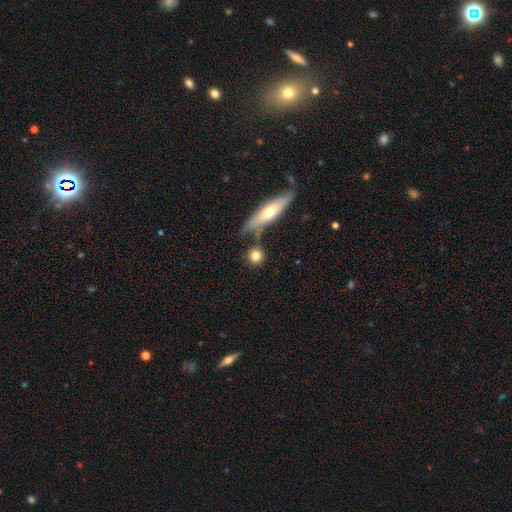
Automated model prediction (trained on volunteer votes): A smooth galaxy with no disk features (78%) that is round (85%). Merging: none (72%).